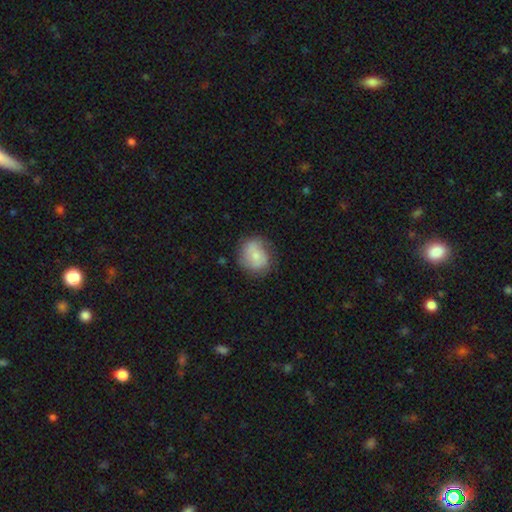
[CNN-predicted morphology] Smooth or featured? smooth (64%)
How rounded? round (70%)
Merging? none (65%)